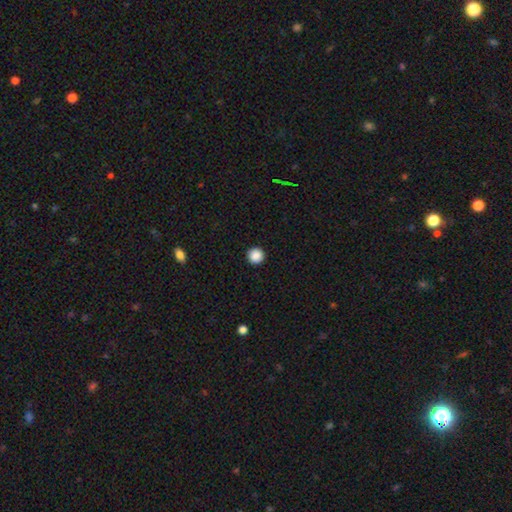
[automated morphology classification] smooth_or_featured: smooth (p=0.88) [alt: star or artifact p=0.09]
how_rounded: round (p=0.96) [alt: in between p=0.03]
merging: none (p=0.94) [alt: minor disturbance p=0.04]